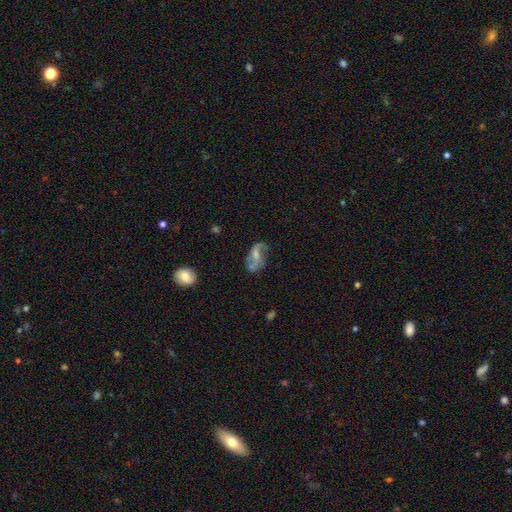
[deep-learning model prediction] smooth_or_featured: featured or disk (p=0.72) [alt: smooth p=0.20]
disk_edge_on: no (p=0.95) [alt: yes p=0.05]
bar: weak (p=0.41) [alt: no p=0.39]
has_spiral_arms: yes (p=0.86) [alt: no p=0.14]
spiral_winding: loose (p=0.66) [alt: medium p=0.26]
spiral_arm_count: 2 (p=0.87) [alt: can't tell p=0.05]
bulge_size: moderate (p=0.44) [alt: small p=0.40]
merging: none (p=0.59) [alt: minor disturbance p=0.23]